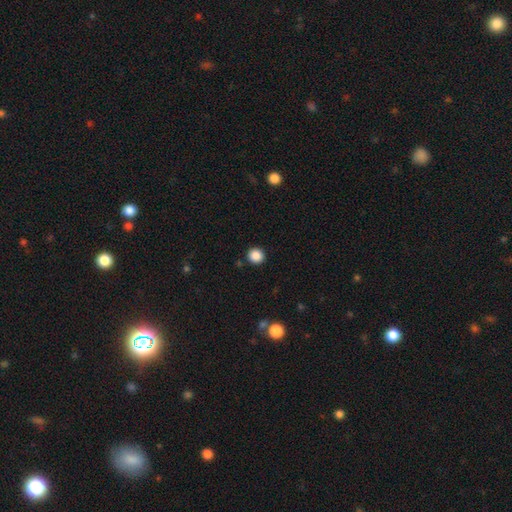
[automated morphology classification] This appears to be a smooth galaxy with no disk features (87%) that is round (91%). Merging: none (90%).